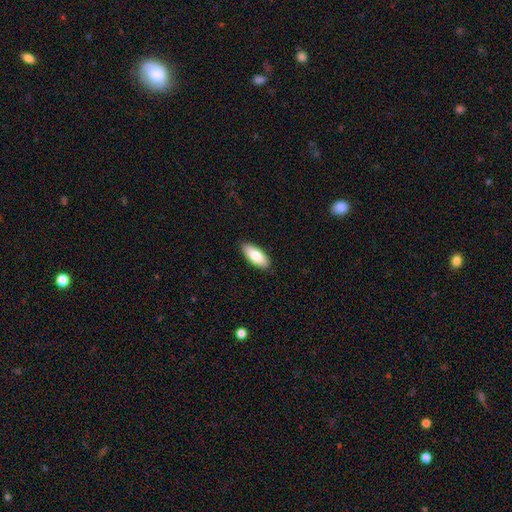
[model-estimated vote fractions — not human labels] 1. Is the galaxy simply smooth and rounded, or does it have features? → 83% smooth, 12% featured or disk, 6% star or artifact.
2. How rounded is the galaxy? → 83% in between, 16% cigar-shaped, 2% round.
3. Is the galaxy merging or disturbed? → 89% none, 8% minor disturbance, 2% major disturbance, 1% merger.